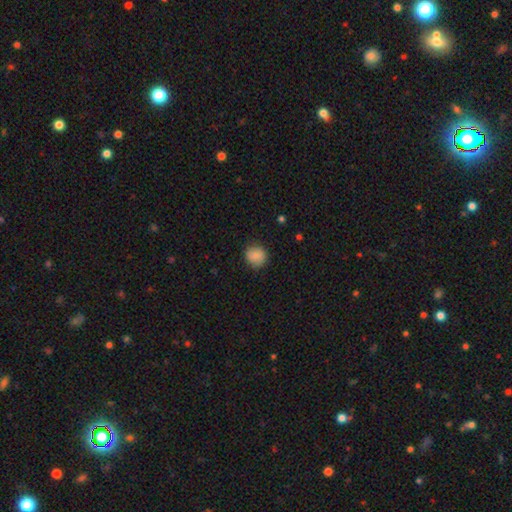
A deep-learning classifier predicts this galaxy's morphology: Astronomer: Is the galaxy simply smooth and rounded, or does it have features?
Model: smooth — 83%.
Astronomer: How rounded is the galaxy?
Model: round — 89%.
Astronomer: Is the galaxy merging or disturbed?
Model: none — 85%.